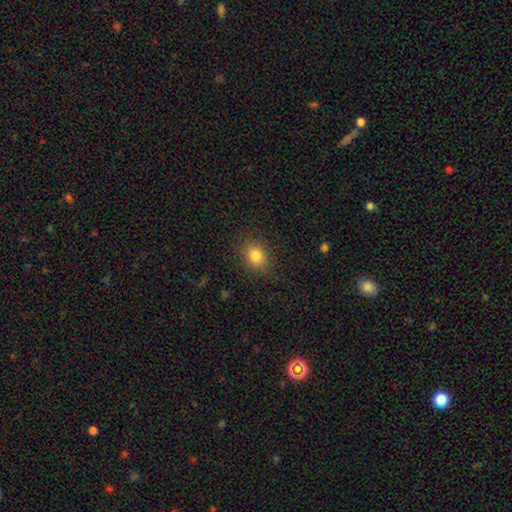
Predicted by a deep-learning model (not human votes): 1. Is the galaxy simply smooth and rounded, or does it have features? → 82% smooth, 11% star or artifact, 7% featured or disk.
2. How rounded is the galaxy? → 61% round, 38% in between, 1% cigar-shaped.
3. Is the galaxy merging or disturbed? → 85% none, 11% minor disturbance, 3% major disturbance, 1% merger.